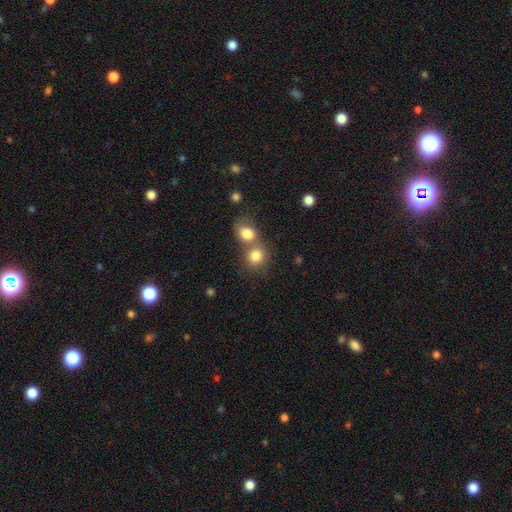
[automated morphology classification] A smooth galaxy with no disk features (81%) that is round (75%).

Vote fractions:
- Smooth or featured? smooth: 81% / star or artifact: 10% / featured or disk: 9%
- How rounded? round: 75% / in between: 24% / cigar-shaped: 1%
- Merging? merger: 54% / none: 36% / minor disturbance: 7% / major disturbance: 3%